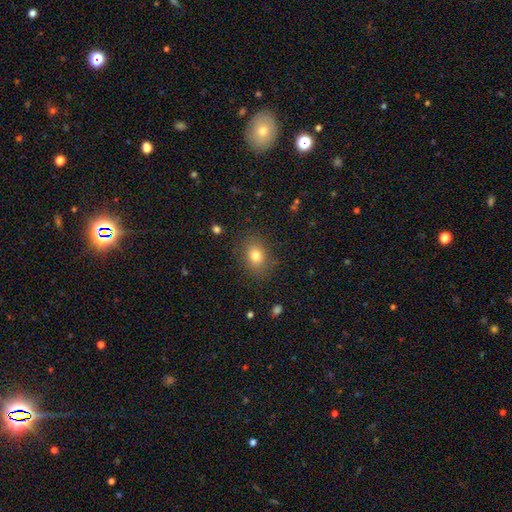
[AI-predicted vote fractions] The model was most divided on "how rounded": in between: 55%, round: 44%, cigar-shaped: 1%. More confident: merging — none (84%); smooth or featured — smooth (79%).